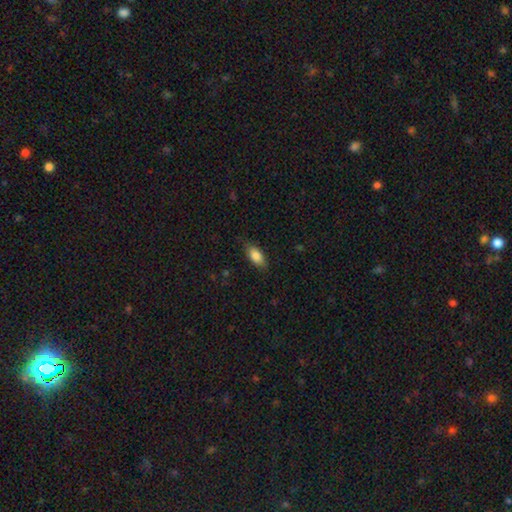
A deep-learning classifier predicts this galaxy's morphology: A smooth galaxy with no disk features (84%) that is in between round and cigar-shaped (86%). Merging: none (82%).